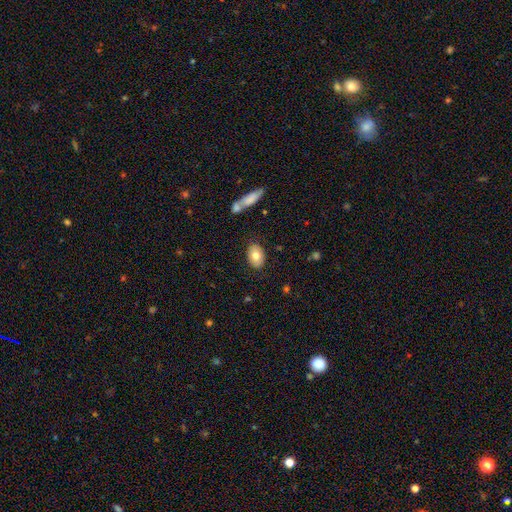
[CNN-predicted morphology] A smooth galaxy with no disk features (76%) that is in between round and cigar-shaped (87%).

Vote fractions:
- Smooth or featured? smooth: 76% / featured or disk: 16% / star or artifact: 7%
- How rounded? in between: 87% / round: 12% / cigar-shaped: 2%
- Merging? none: 85% / minor disturbance: 10% / merger: 3% / major disturbance: 2%